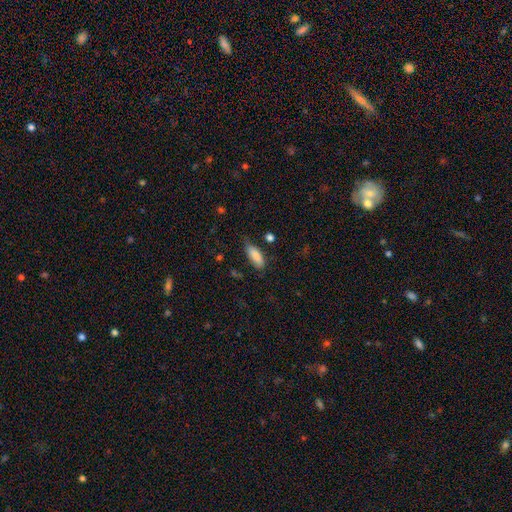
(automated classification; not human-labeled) A smooth galaxy with no disk features (86%) that is in between round and cigar-shaped (74%).

Vote fractions:
- Smooth or featured? smooth: 86% / featured or disk: 7% / star or artifact: 7%
- How rounded? in between: 74% / cigar-shaped: 24% / round: 2%
- Merging? none: 67% / minor disturbance: 25% / major disturbance: 5% / merger: 3%